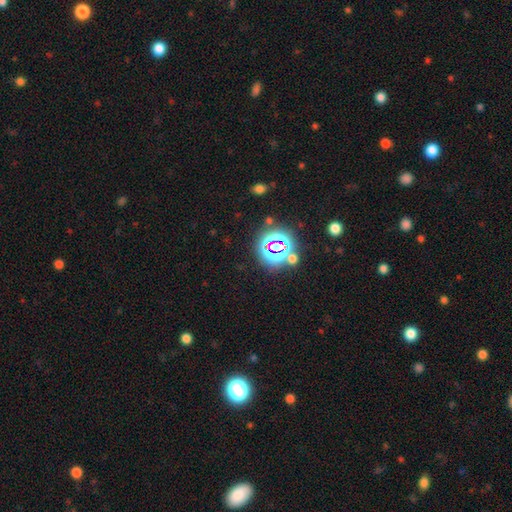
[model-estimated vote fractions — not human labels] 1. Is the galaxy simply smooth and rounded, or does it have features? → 78% star or artifact, 14% smooth, 8% featured or disk.